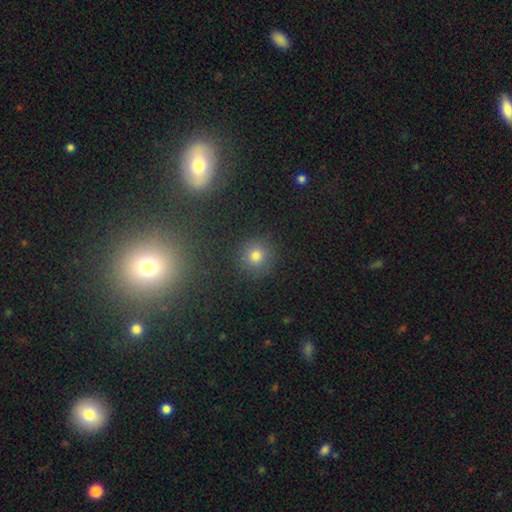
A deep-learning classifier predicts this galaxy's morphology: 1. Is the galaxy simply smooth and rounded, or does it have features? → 74% smooth, 19% star or artifact, 8% featured or disk.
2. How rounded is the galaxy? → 93% round, 6% in between, 1% cigar-shaped.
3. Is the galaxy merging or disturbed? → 89% none, 7% minor disturbance, 3% major disturbance, 2% merger.